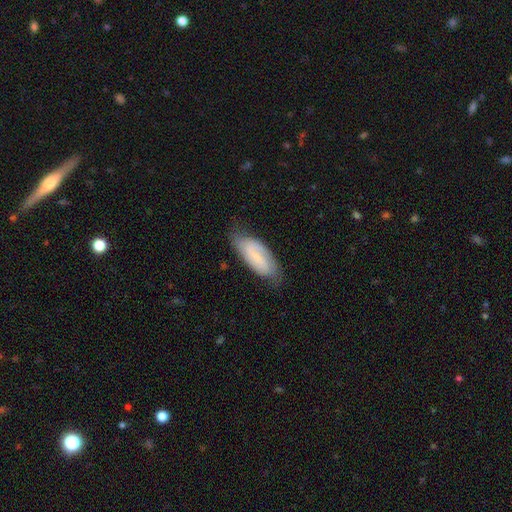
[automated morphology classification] Smooth or featured: featured or disk — 56% (smooth — 37%)
Edge-on disk: no — 93% (yes — 7%)
Bar: weak — 43% (no — 35%)
Spiral arms: yes — 89% (no — 11%)
Bulge size: small — 55% (none — 30%)
Merging: none — 70% (minor disturbance — 23%)